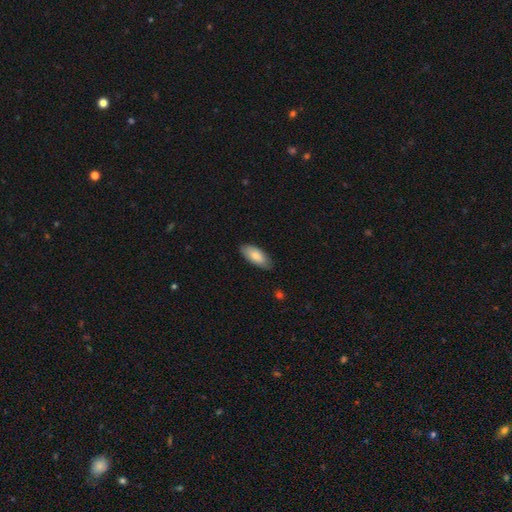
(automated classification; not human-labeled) Smooth or featured? Predicted: smooth (p=0.82). How rounded? Predicted: in between (p=0.88). Merging? Predicted: none (p=0.82).